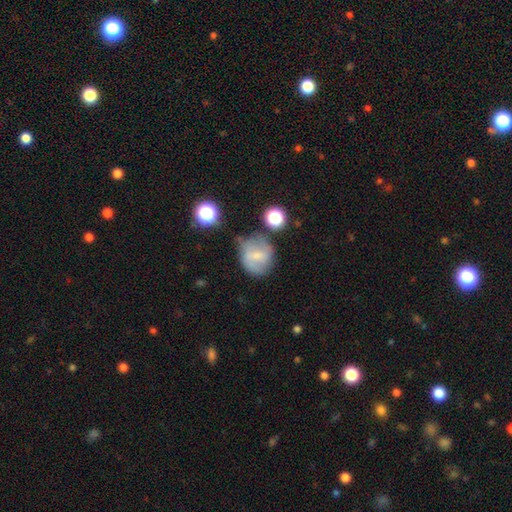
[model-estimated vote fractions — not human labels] The model was most divided on "smooth or featured": smooth: 52%, featured or disk: 37%, star or artifact: 11%. More confident: how rounded — round (76%); merging — none (52%).